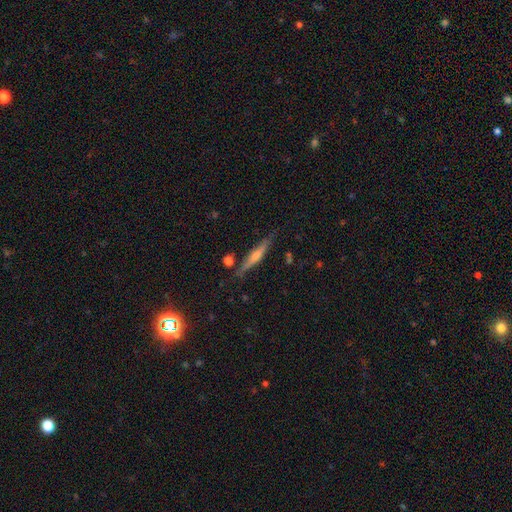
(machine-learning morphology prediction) Q: Smooth or featured?
A: featured or disk (70%); runner-up: smooth (21%)
Q: Edge-on disk?
A: yes (96%); runner-up: no (4%)
Q: Edge-on bulge?
A: rounded (80%); runner-up: none (12%)
Q: Merging?
A: none (85%); runner-up: minor disturbance (10%)